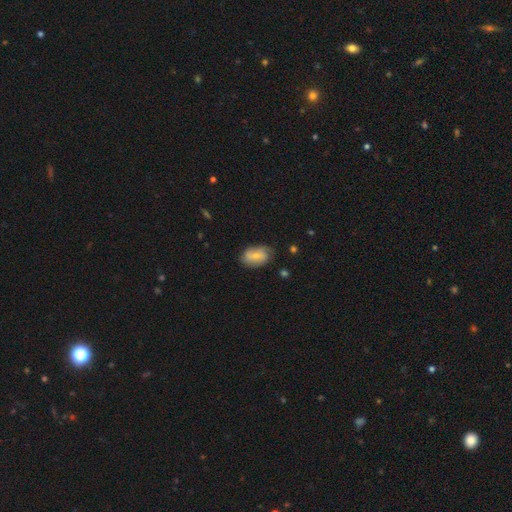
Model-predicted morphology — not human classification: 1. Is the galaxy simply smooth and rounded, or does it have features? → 57% smooth, 35% featured or disk, 7% star or artifact.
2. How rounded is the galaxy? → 87% in between, 11% round, 2% cigar-shaped.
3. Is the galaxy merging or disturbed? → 70% none, 23% minor disturbance, 5% major disturbance, 2% merger.